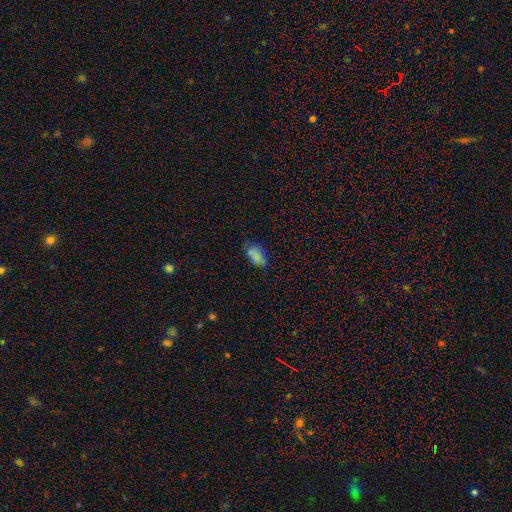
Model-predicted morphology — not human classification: Overall: smooth (75%). How rounded: in between (91%). Merging: none (56%; minor disturbance 29%).